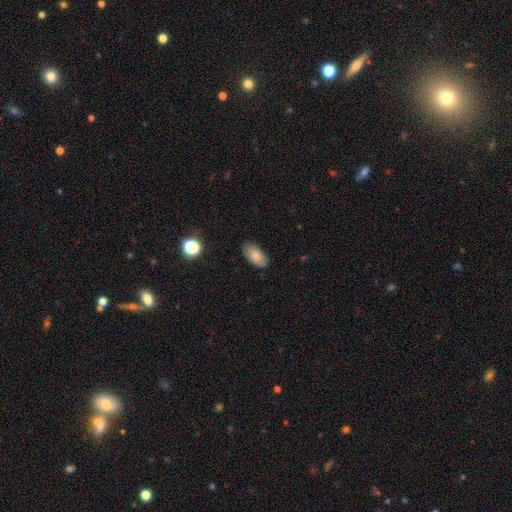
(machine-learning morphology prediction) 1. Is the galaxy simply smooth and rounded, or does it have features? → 83% smooth, 10% featured or disk, 8% star or artifact.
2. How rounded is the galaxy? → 94% in between, 3% round, 3% cigar-shaped.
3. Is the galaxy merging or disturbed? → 83% none, 13% minor disturbance, 3% major disturbance, 1% merger.